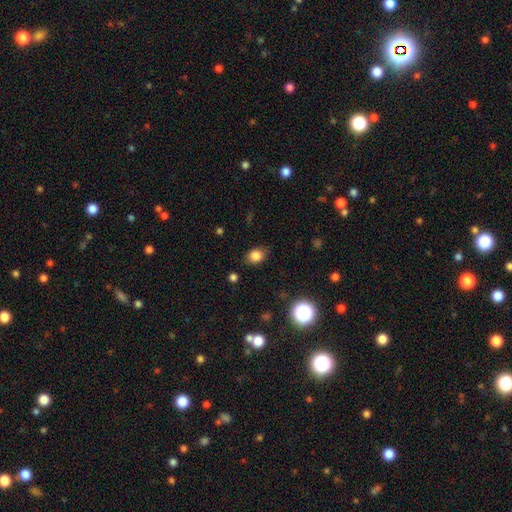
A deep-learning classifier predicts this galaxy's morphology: Smooth or featured?
  - smooth: 81% *
  - star or artifact: 12%
  - featured or disk: 7%
How rounded?
  - in between: 64% *
  - round: 35%
  - cigar-shaped: 1%
Merging?
  - none: 81% *
  - minor disturbance: 14%
  - major disturbance: 4%
  - merger: 1%